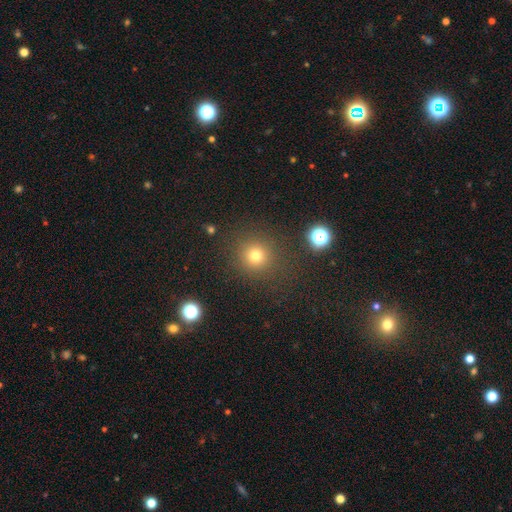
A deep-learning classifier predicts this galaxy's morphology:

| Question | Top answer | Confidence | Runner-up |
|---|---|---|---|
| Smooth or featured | smooth | 75% | star or artifact (18%) |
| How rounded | round | 93% | in between (6%) |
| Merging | none | 86% | minor disturbance (8%) |